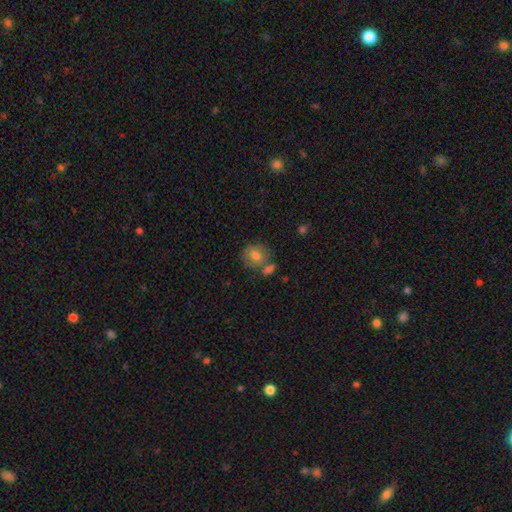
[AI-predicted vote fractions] A smooth galaxy with no disk features (74%) that is round (76%).

Vote fractions:
- Smooth or featured? smooth: 74% / featured or disk: 17% / star or artifact: 9%
- How rounded? round: 76% / in between: 23% / cigar-shaped: 1%
- Merging? none: 57% / merger: 22% / minor disturbance: 15% / major disturbance: 5%